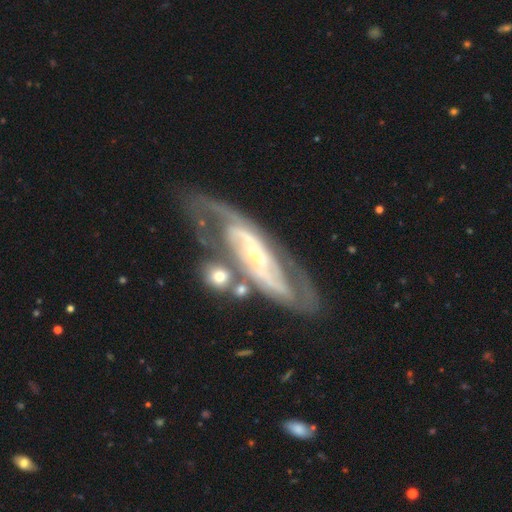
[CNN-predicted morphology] Q: Smooth or featured?
A: featured or disk (85%); runner-up: smooth (9%)
Q: Edge-on disk?
A: no (87%); runner-up: yes (13%)
Q: Bar?
A: no (34%); tied with: strong (34%)
Q: Spiral arms?
A: yes (93%); runner-up: no (7%)
Q: Spiral winding?
A: medium (45%); runner-up: tight (40%)
Q: Spiral arm count?
A: 2 (73%); runner-up: can't tell (15%)
Q: Bulge size?
A: small (74%); runner-up: moderate (19%)
Q: Merging?
A: none (61%); runner-up: minor disturbance (17%)